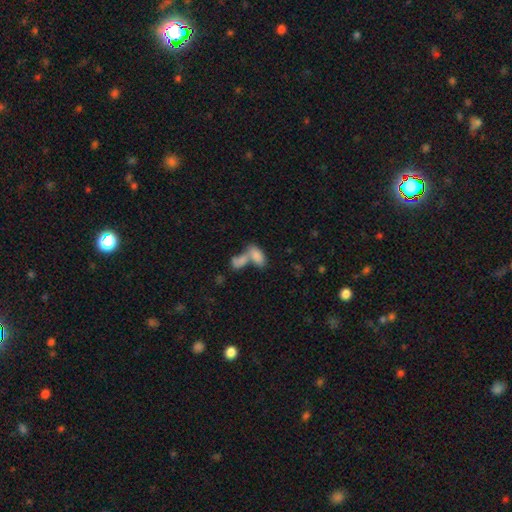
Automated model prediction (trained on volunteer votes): A smooth galaxy with no disk features (80%) that is in between round and cigar-shaped (90%).

Vote fractions:
- Smooth or featured? smooth: 80% / featured or disk: 12% / star or artifact: 8%
- How rounded? in between: 90% / cigar-shaped: 7% / round: 4%
- Merging? merger: 67% / none: 22% / minor disturbance: 7% / major disturbance: 5%